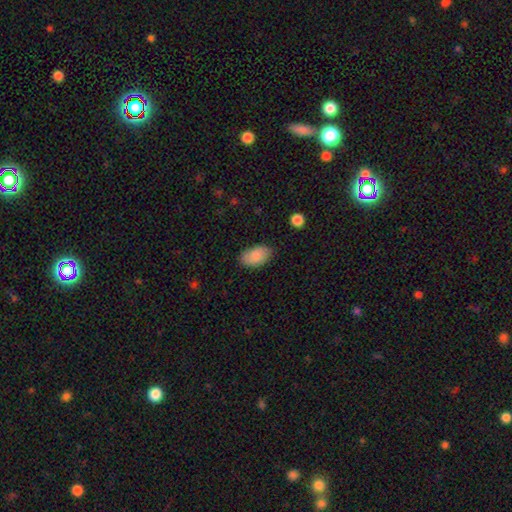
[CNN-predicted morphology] A smooth galaxy with no disk features (86%) that is in between round and cigar-shaped (94%).

Vote fractions:
- Smooth or featured? smooth: 86% / featured or disk: 8% / star or artifact: 7%
- How rounded? in between: 94% / round: 5% / cigar-shaped: 2%
- Merging? none: 79% / minor disturbance: 17% / major disturbance: 3% / merger: 1%